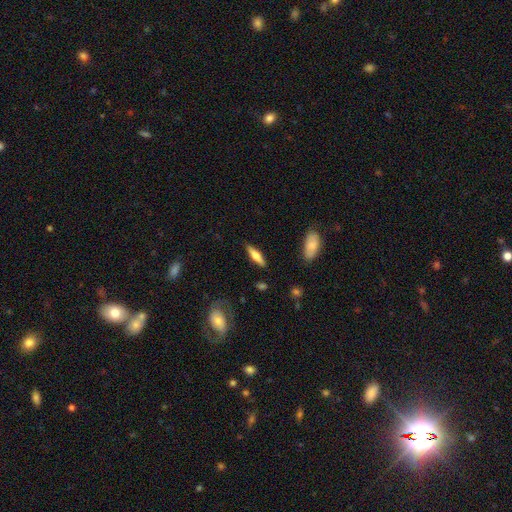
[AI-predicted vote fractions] smooth_or_featured: smooth (p=0.50) [alt: featured or disk p=0.44]
merging: none (p=0.86) [alt: minor disturbance p=0.10]